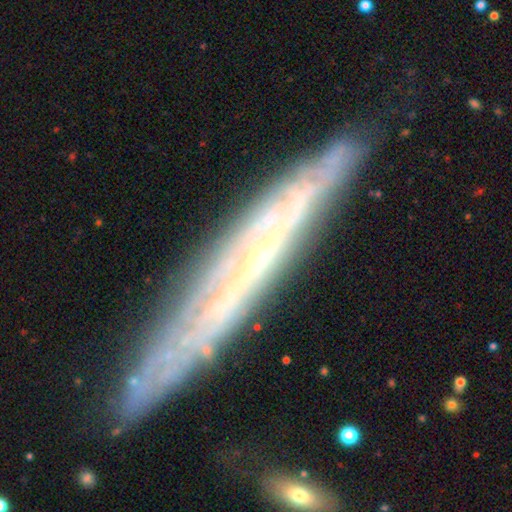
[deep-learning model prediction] Smooth or featured: featured or disk — 78% (smooth — 15%)
Edge-on disk: yes — 73% (no — 27%)
Edge-on bulge: none — 66% (rounded — 30%)
Merging: none — 79% (minor disturbance — 15%)